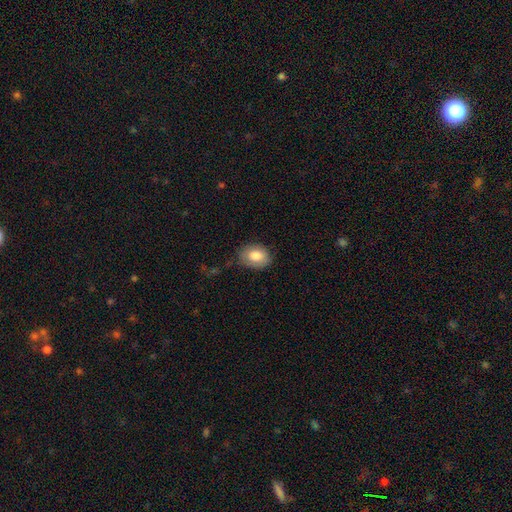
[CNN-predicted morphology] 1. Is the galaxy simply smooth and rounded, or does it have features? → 83% smooth, 9% featured or disk, 7% star or artifact.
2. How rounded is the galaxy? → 70% in between, 29% round, 1% cigar-shaped.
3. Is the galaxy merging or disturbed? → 76% none, 18% minor disturbance, 4% major disturbance, 1% merger.